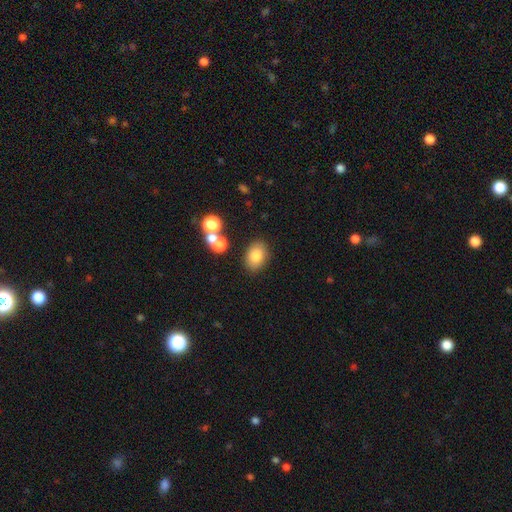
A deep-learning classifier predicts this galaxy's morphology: Q: Smooth or featured?
A: smooth (81%); runner-up: star or artifact (10%)
Q: How rounded?
A: in between (79%); runner-up: round (20%)
Q: Merging?
A: none (79%); runner-up: minor disturbance (10%)